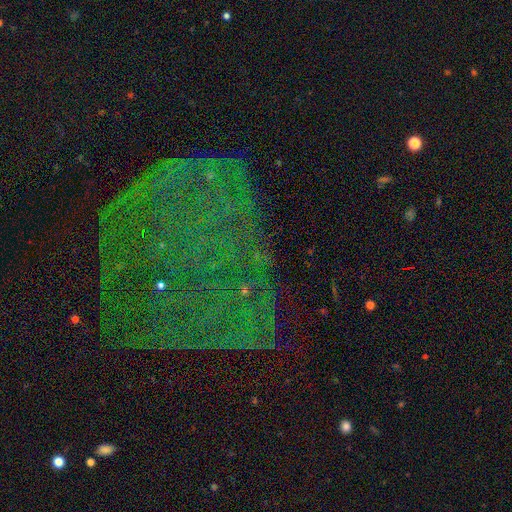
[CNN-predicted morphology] A star or artifact, not a galaxy (69%).

Vote fractions:
- Smooth or featured? star or artifact: 69% / featured or disk: 18% / smooth: 13%